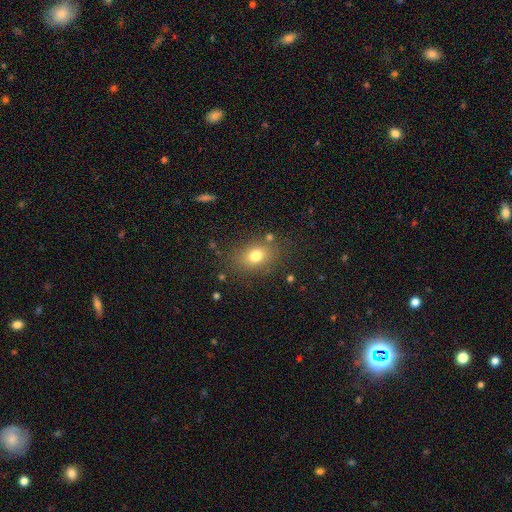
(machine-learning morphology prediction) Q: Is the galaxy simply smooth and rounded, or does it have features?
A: smooth — 75%.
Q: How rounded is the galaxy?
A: in between — 64%.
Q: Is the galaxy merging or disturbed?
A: none — 80%.